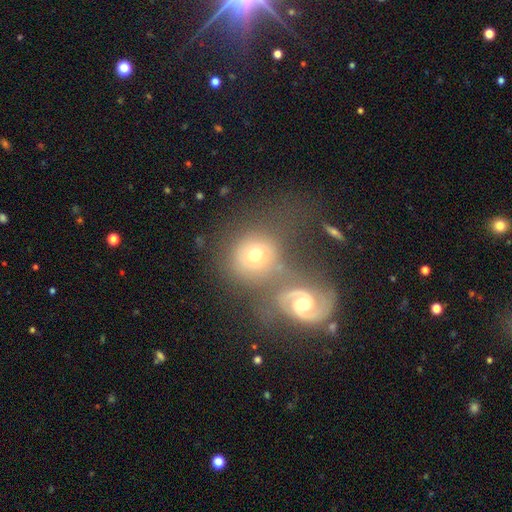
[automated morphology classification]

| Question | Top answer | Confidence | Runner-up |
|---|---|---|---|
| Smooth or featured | featured or disk | 54% | smooth (37%) |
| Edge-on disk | no | 96% | yes (4%) |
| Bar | no | 61% | weak (29%) |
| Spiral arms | yes | 87% | no (13%) |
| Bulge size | moderate | 68% | small (23%) |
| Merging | none | 49% | merger (33%) |